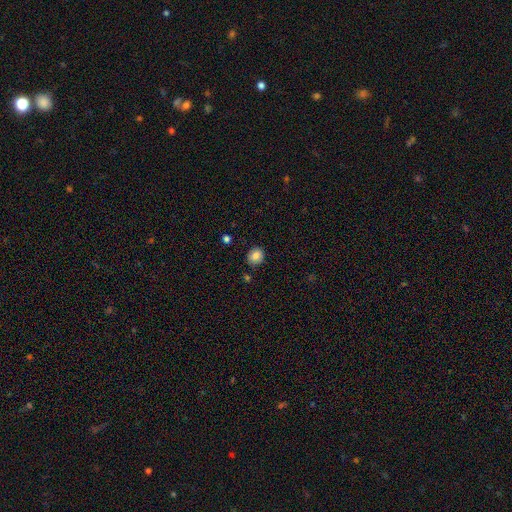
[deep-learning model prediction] Morphology: type=smooth (83%); roundness=round (77%); merging=none (85%).